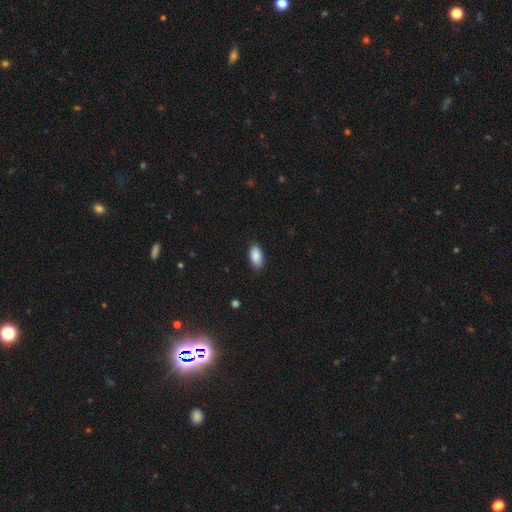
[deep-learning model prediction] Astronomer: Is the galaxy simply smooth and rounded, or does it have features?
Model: smooth — 89%.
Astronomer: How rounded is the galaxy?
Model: in between — 94%.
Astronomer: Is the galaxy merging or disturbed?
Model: none — 85%.